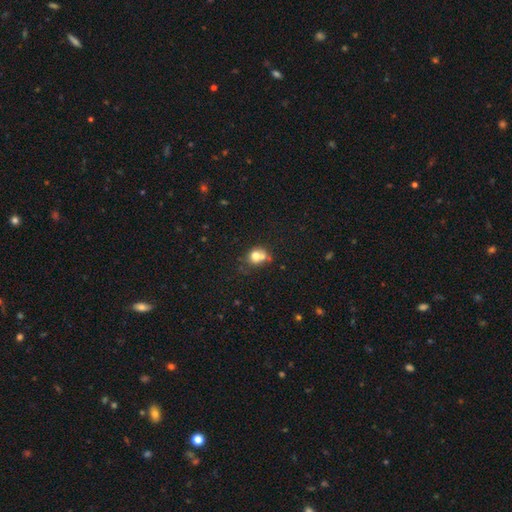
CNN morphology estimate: Smooth or featured: smooth — 72% (featured or disk — 16%)
How rounded: round — 71% (in between — 28%)
Merging: merger — 40% (tied with none — 40%)